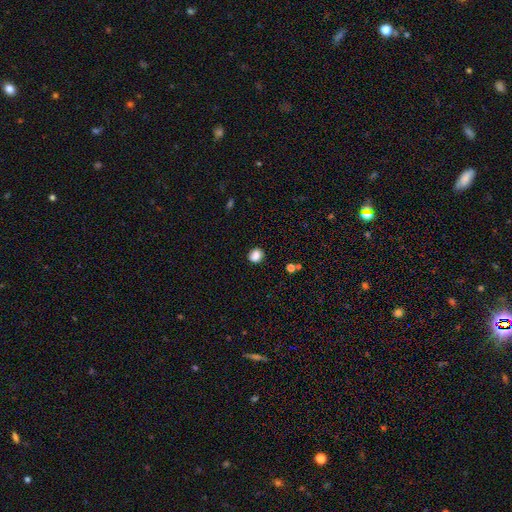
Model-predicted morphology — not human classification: Smooth or featured: smooth — 84% (star or artifact — 11%)
How rounded: round — 63% (in between — 36%)
Merging: none — 80% (minor disturbance — 13%)